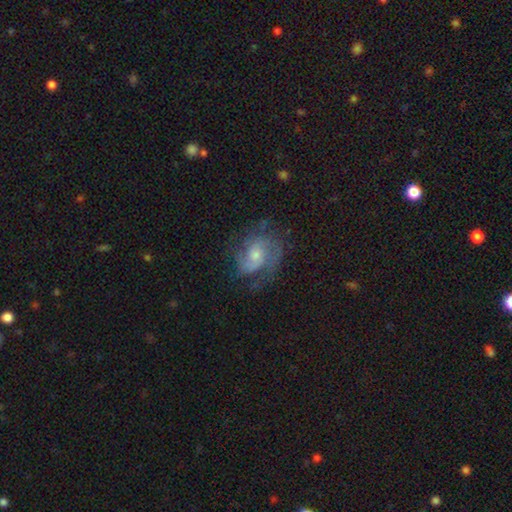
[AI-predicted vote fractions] This appears to be a featured or disk galaxy (75%) with no bar (64%), 2 (58%) medium (47%) spiral arms (92%) and a small central bulge (49%). Merging: none (61%).